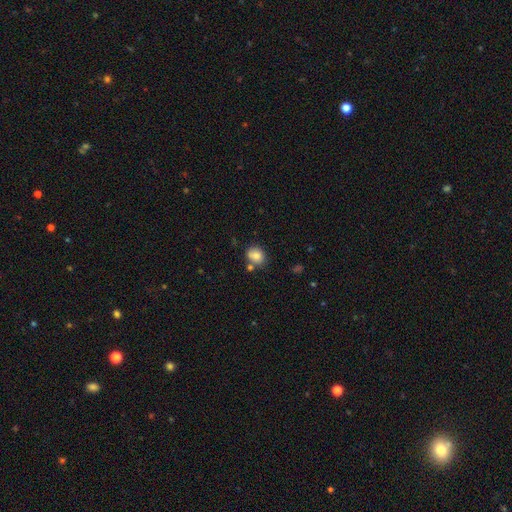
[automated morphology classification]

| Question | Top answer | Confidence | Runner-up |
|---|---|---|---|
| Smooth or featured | smooth | 80% | featured or disk (10%) |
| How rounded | round | 61% | in between (38%) |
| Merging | none | 65% | minor disturbance (16%) |